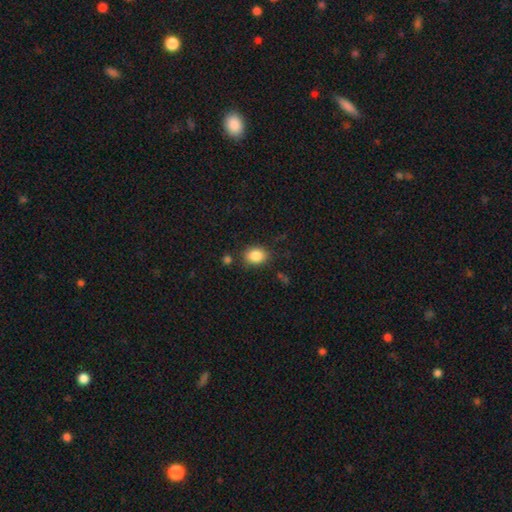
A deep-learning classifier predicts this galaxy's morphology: This appears to be a smooth galaxy with no disk features (86%) that is in between round and cigar-shaped (60%). Merging: none (80%).